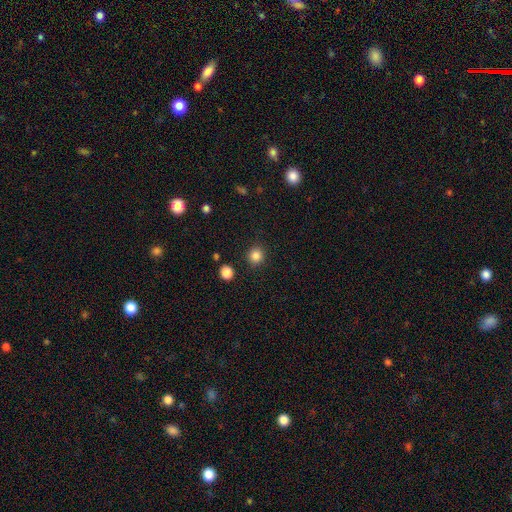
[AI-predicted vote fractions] Q: Smooth or featured?
A: smooth (85%); runner-up: star or artifact (11%)
Q: How rounded?
A: round (91%); runner-up: in between (9%)
Q: Merging?
A: none (90%); runner-up: minor disturbance (6%)